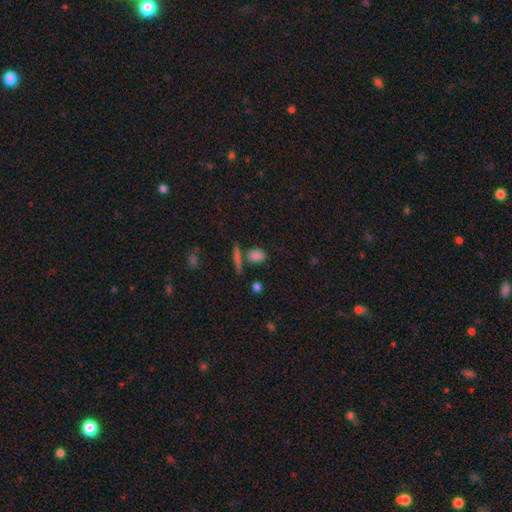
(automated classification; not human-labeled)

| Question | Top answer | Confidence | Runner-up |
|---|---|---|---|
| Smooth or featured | smooth | 79% | star or artifact (12%) |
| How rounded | in between | 59% | round (32%) |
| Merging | none | 64% | merger (18%) |